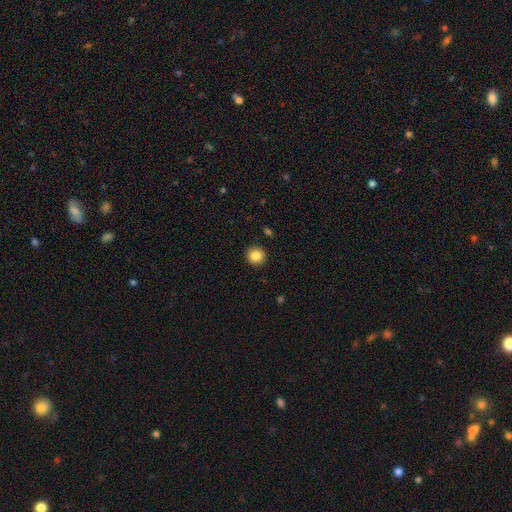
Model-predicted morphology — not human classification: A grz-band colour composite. It shows a smooth galaxy with no disk features (86%) that is round (93%). Merging: none (91%).